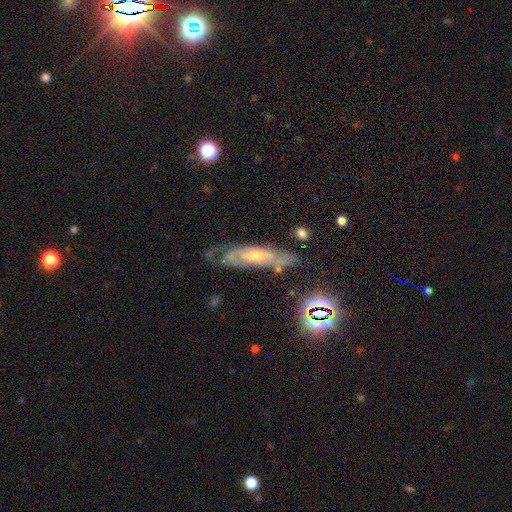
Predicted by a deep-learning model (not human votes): Morphology: type=featured or disk (64%); edge-on=no (69%); merging=none (54%).